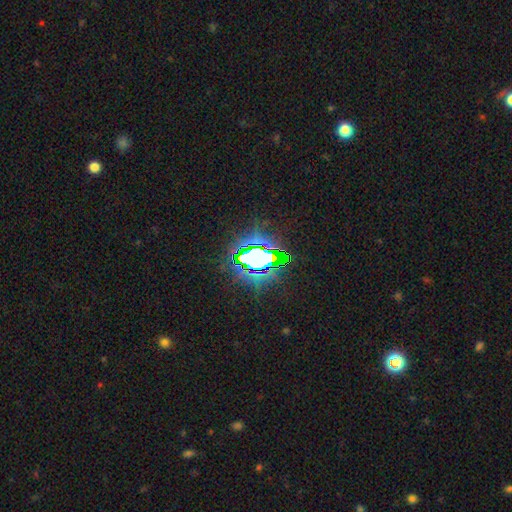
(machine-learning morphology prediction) This appears to be a star or artifact, not a galaxy (71%).